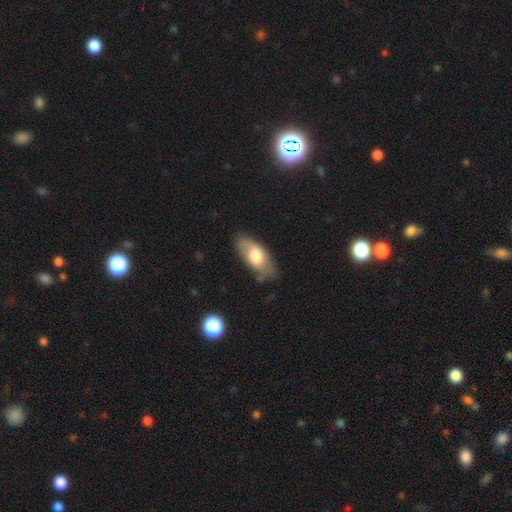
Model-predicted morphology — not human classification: Overall: smooth (66%; featured or disk 28%). How rounded: in between (88%). Merging: none (74%).